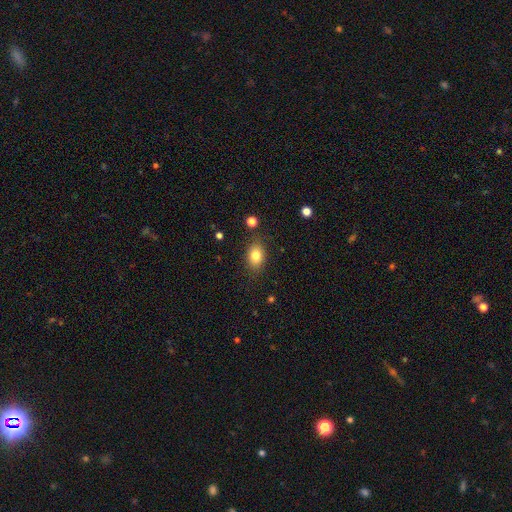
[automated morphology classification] A smooth galaxy with no disk features (81%) that is in between round and cigar-shaped (76%). Merging: none (83%).